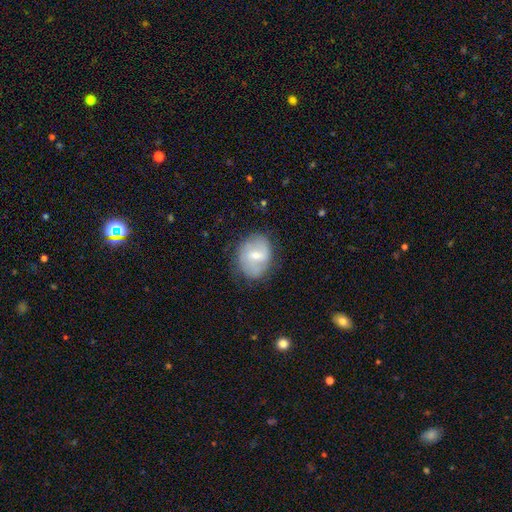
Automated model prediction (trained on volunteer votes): Smooth or featured: featured or disk — 56% (smooth — 37%)
Edge-on disk: no — 97% (yes — 3%)
Bar: weak — 60% (no — 20%)
Spiral arms: yes — 75% (no — 25%)
Bulge size: small — 47% (moderate — 46%)
Merging: none — 69% (minor disturbance — 22%)